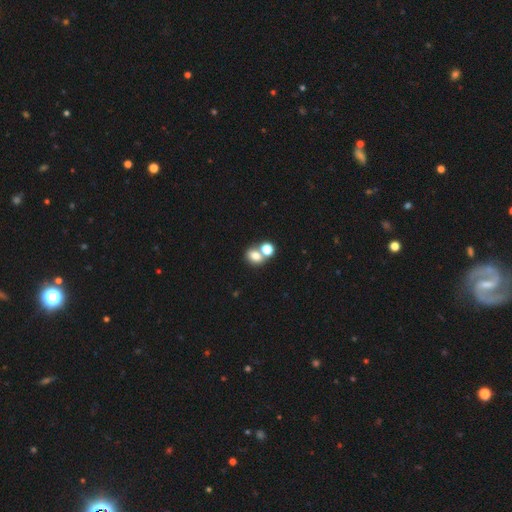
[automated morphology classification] Smooth or featured? Predicted: smooth (p=0.76). How rounded? Predicted: in between (p=0.53). Merging? Predicted: merger (p=0.44).